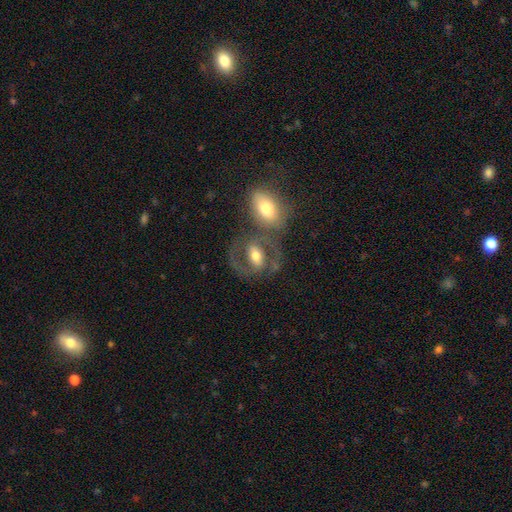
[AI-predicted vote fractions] This is likely a featured or disk galaxy (61%). It is clearly not viewed edge-on (94%). Bar: marginally weak (36%). Spiral arm pattern: likely yes (63%). Central bulge: likely moderate (67%). Merging: possibly none (48%).